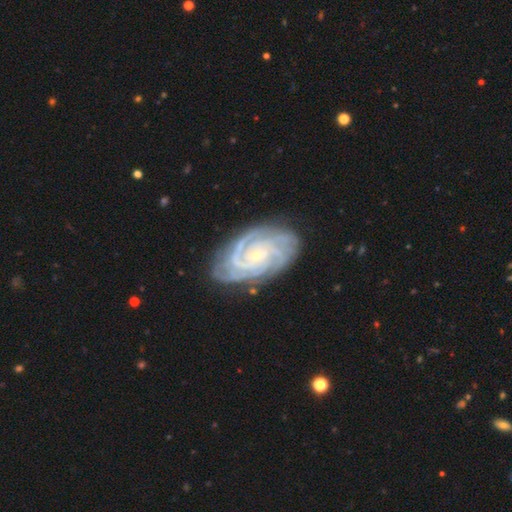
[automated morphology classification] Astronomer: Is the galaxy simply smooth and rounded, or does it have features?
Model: featured or disk — 90%.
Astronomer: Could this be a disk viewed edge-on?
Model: no — 97%.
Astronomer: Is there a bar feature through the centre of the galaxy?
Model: no — 65%.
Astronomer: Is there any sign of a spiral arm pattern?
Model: yes — 98%.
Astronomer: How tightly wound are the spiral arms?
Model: tight — 77%.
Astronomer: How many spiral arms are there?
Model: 4 — 30% (runner-up: 3, 25%).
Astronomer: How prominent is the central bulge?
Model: small — 79%.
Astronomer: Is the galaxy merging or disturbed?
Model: none — 80%.